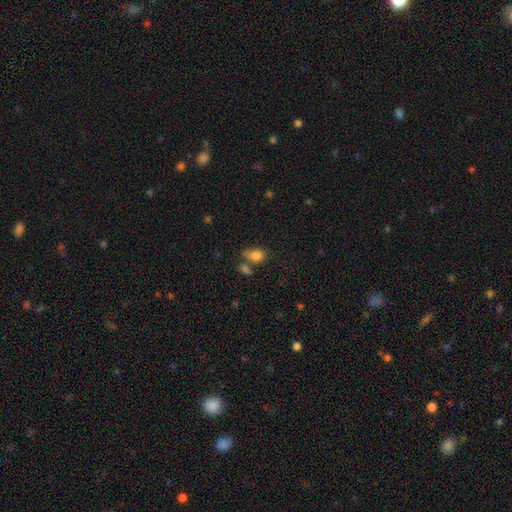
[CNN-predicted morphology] smooth-or-featured: smooth: 82% | star or artifact: 11% | featured or disk: 7%
  how-rounded: in between: 66% | round: 32% | cigar-shaped: 2%
  merging: none: 45% | merger: 26% | minor disturbance: 20% | major disturbance: 9%